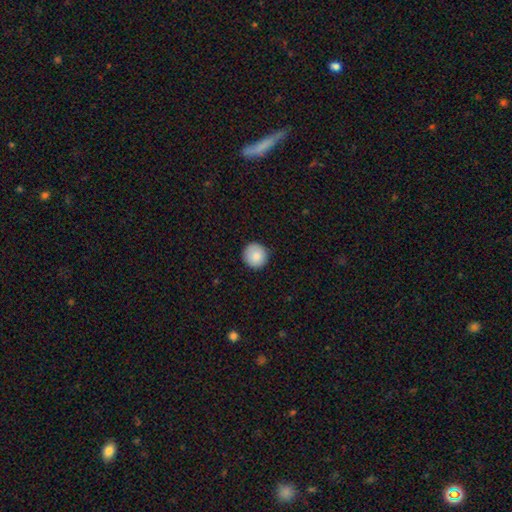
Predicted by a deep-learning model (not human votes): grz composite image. It shows a smooth galaxy with no disk features (86%) that is round (94%). Merging: none (89%).